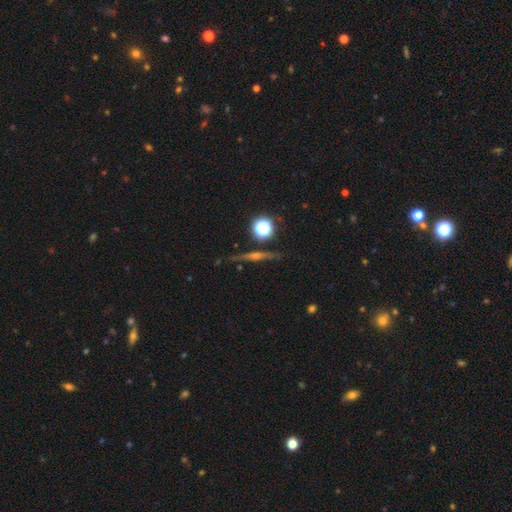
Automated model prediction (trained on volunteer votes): A featured or disk galaxy (69%) viewed edge-on (96%) with a rounded central bulge (85%). Merging: none (88%).